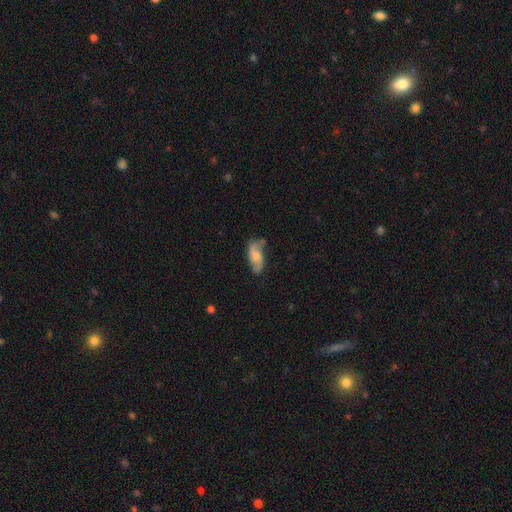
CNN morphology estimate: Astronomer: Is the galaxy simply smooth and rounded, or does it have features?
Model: featured or disk — 61%.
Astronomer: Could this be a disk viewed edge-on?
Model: no — 92%.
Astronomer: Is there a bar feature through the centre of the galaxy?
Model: no — 60%.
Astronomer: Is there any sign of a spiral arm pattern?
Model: yes — 90%.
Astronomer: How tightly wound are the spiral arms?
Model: loose — 67%.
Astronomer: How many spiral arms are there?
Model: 2 — 88%.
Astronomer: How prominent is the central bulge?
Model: moderate — 37% (runner-up: small, 30%).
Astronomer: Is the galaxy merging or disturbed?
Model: none — 65%.